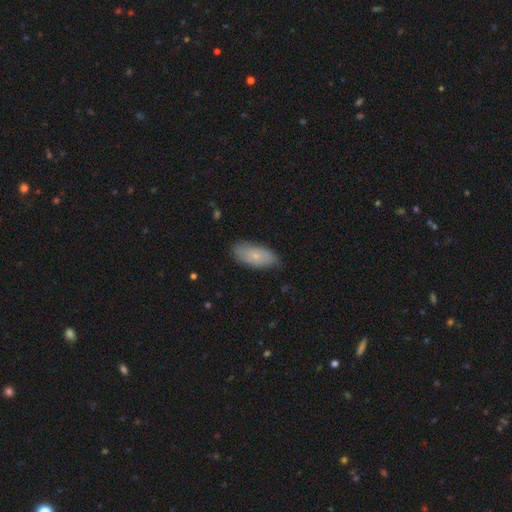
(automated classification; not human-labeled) Q: Smooth or featured?
A: smooth (71%); runner-up: featured or disk (23%)
Q: How rounded?
A: in between (86%); runner-up: cigar-shaped (11%)
Q: Merging?
A: none (78%); runner-up: minor disturbance (18%)